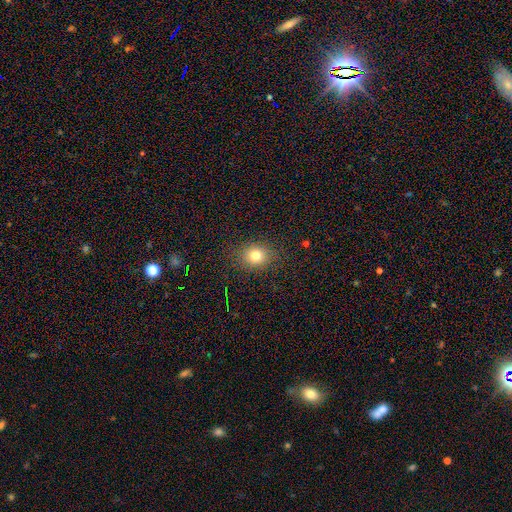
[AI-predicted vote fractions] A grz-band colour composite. It shows a smooth galaxy with no disk features (78%) that is round (63%). Merging: none (87%).